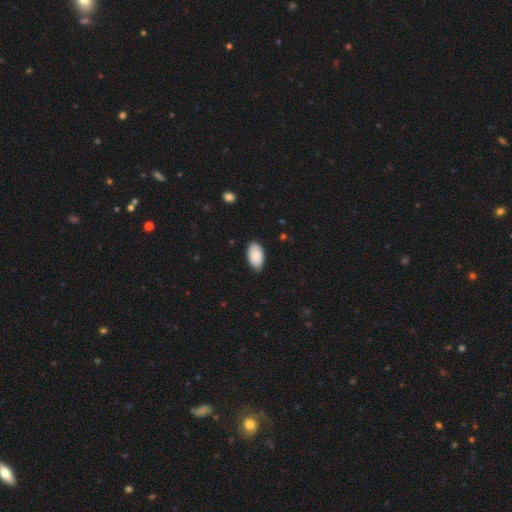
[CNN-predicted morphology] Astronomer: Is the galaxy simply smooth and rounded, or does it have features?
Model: smooth — 90%.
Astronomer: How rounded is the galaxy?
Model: in between — 96%.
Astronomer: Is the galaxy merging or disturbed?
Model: none — 85%.